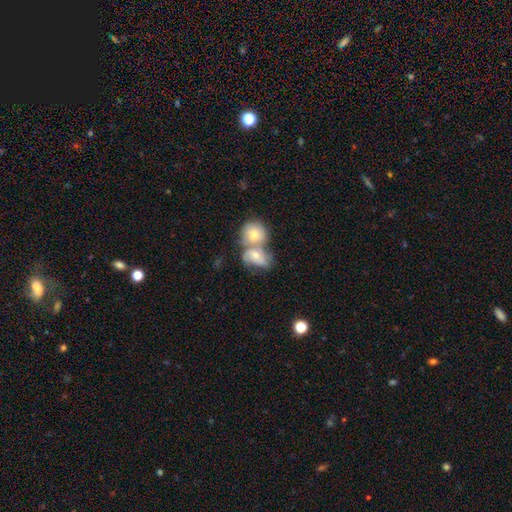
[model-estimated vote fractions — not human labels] A featured or disk galaxy (48%).

Vote fractions:
- Smooth or featured? featured or disk: 48% / smooth: 44% / star or artifact: 8%
- Merging? merger: 70% / none: 17% / minor disturbance: 8% / major disturbance: 5%